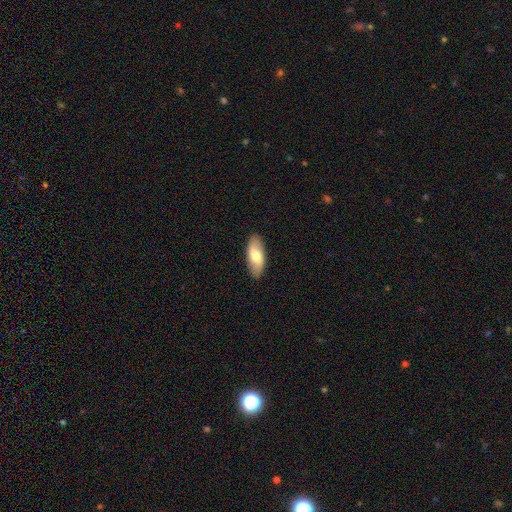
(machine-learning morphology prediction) type=smooth (69%); roundness=in between (83%); merging=none (88%).